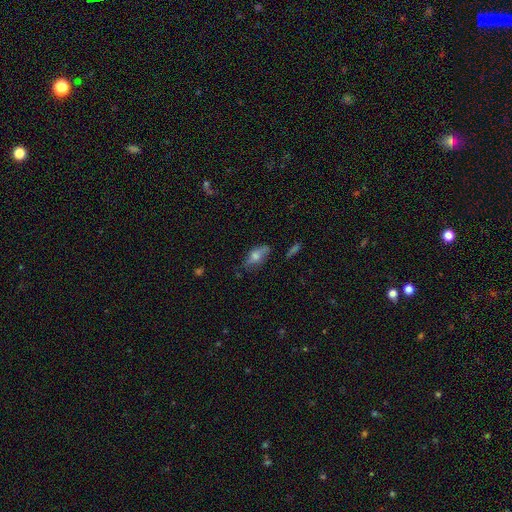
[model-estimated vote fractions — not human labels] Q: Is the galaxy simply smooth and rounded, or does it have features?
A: smooth — 55%.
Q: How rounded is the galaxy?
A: in between — 75%.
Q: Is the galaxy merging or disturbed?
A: none — 68%.